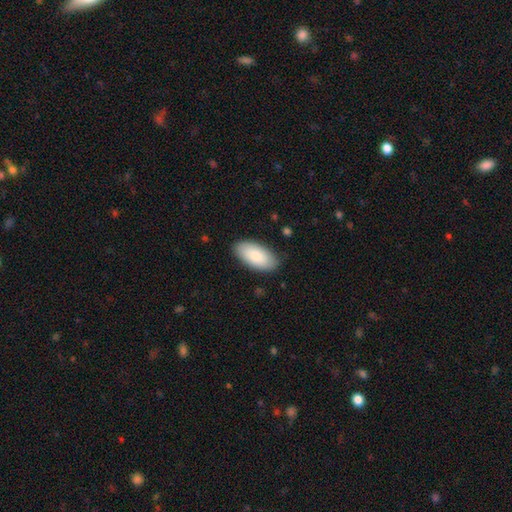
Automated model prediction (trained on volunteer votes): A smooth galaxy with no disk features (85%) that is in between round and cigar-shaped (94%).

Vote fractions:
- Smooth or featured? smooth: 85% / featured or disk: 9% / star or artifact: 5%
- How rounded? in between: 94% / cigar-shaped: 4% / round: 2%
- Merging? none: 86% / minor disturbance: 11% / major disturbance: 2% / merger: 1%